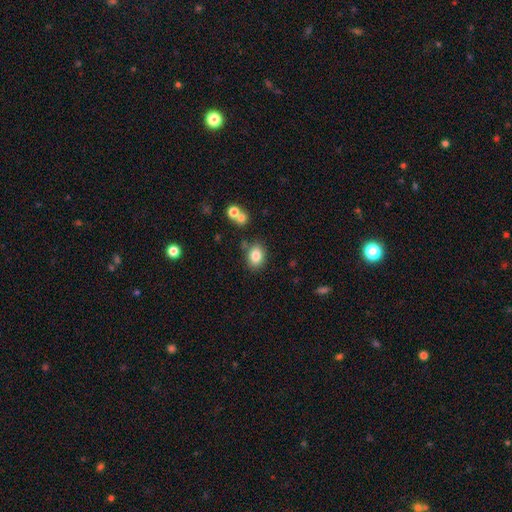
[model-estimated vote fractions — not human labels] Morphology: type=smooth (83%); roundness=in between (64%); merging=none (79%).